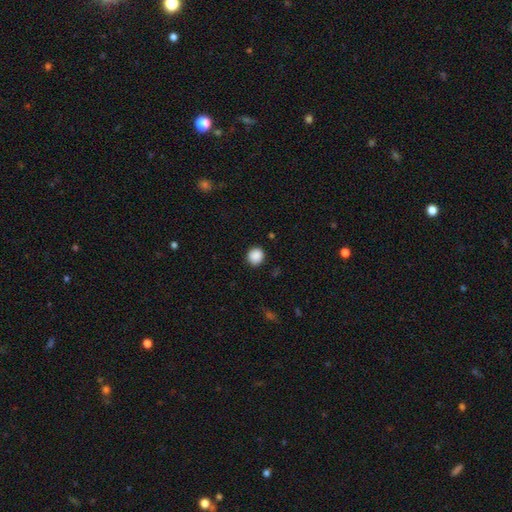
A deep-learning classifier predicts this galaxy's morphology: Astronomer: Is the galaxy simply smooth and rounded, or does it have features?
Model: smooth — 89%.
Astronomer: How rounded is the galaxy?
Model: round — 88%.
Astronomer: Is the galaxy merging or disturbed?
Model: none — 89%.